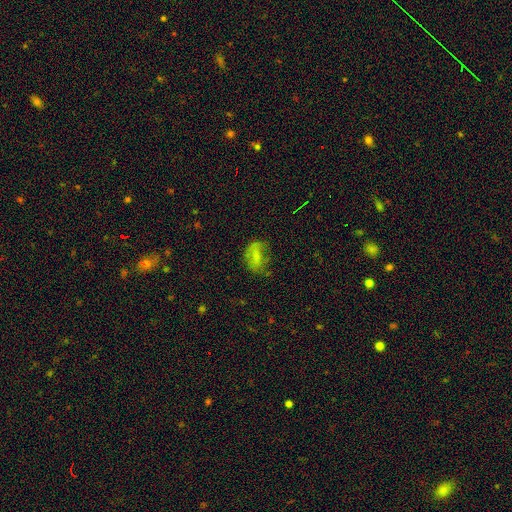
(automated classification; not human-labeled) smooth_or_featured: smooth (p=0.58) [alt: featured or disk p=0.28]
how_rounded: in between (p=0.81) [alt: round p=0.16]
merging: none (p=0.46) [alt: minor disturbance p=0.28]